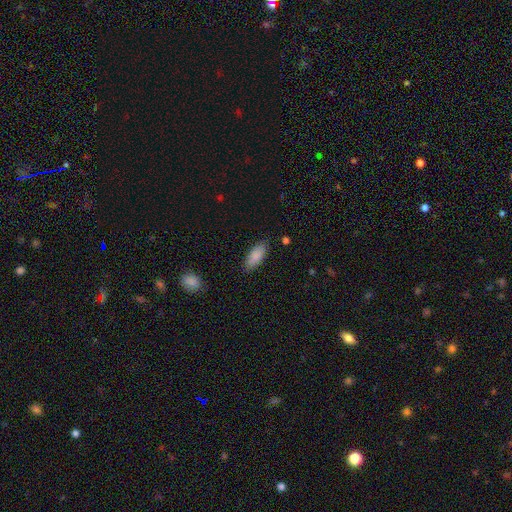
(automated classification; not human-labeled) Q: Smooth or featured?
A: smooth (87%); runner-up: star or artifact (6%)
Q: How rounded?
A: in between (78%); runner-up: cigar-shaped (20%)
Q: Merging?
A: none (86%); runner-up: minor disturbance (11%)